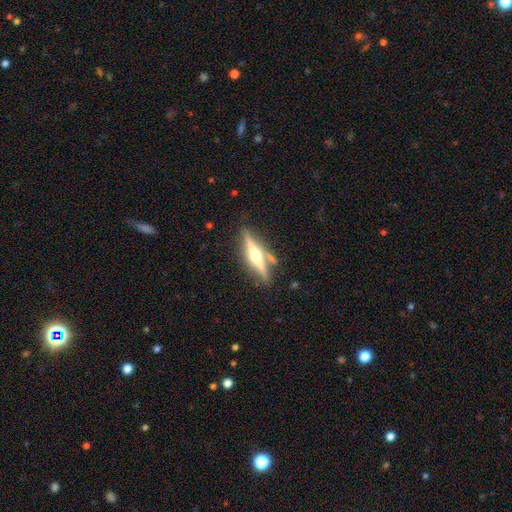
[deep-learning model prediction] This is likely a featured or disk galaxy (76%). It is clearly viewed edge-on (97%). Edge-on bulge: clearly rounded (93%). Merging: likely none (78%).